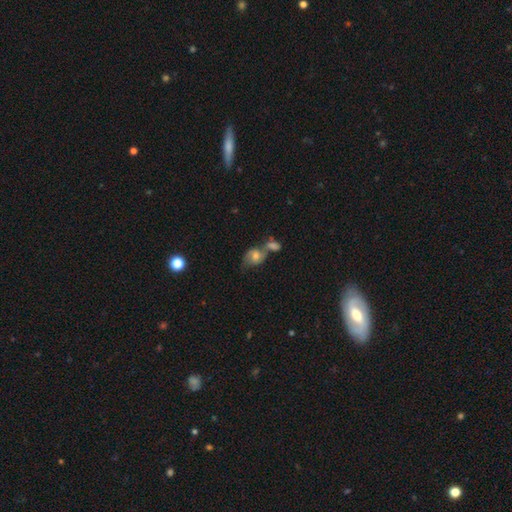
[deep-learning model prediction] smooth_or_featured: featured or disk (p=0.46) [alt: smooth p=0.44]
merging: merger (p=0.52) [alt: none p=0.27]